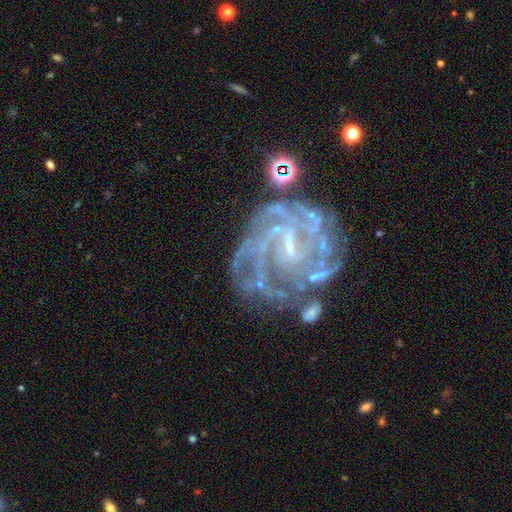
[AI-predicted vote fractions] The model was most divided on "spiral arm count": can't tell: 29%, 4: 20%, 3: 18%, 2: 13%, more than 4: 11%, 1: 8%. Remaining: edge-on disk — no (98%); spiral arms — yes (93%); smooth or featured — featured or disk (84%); merging — none (65%); spiral winding — tight (64%); bulge size — small (63%); bar — weak (49%).